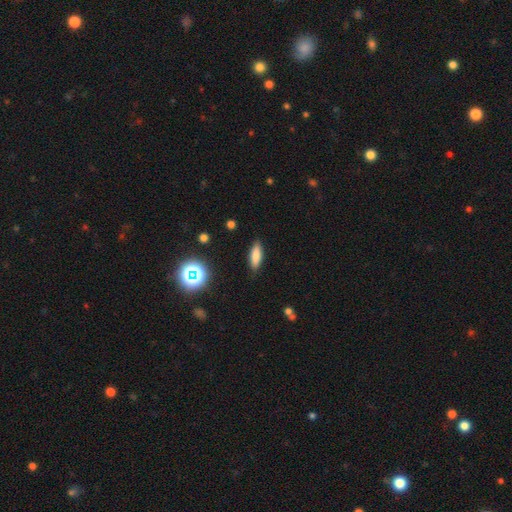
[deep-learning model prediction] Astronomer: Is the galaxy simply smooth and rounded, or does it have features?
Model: smooth — 81%.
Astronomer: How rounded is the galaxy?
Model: in between — 58% (runner-up: cigar-shaped, 39%).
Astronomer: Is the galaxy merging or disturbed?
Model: none — 88%.